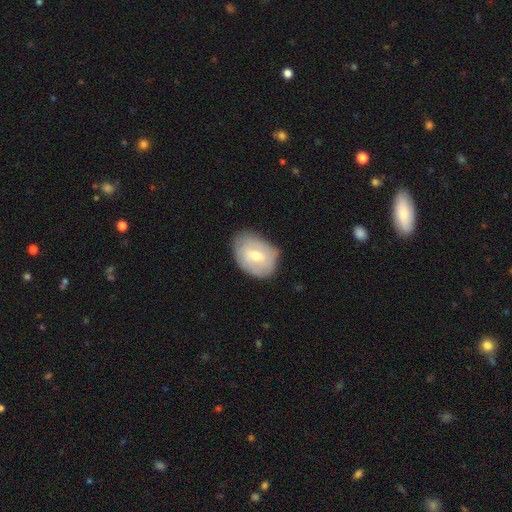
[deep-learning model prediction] The model was most divided on "smooth or featured": smooth: 49%, featured or disk: 44%, star or artifact: 6%. More confident: merging — none (67%).